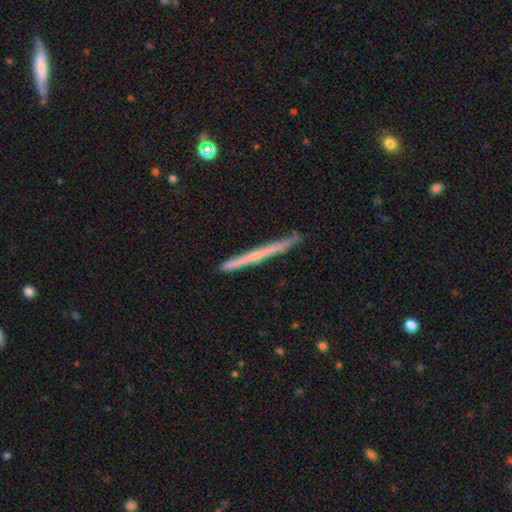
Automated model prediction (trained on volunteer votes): The model was most divided on "smooth or featured": featured or disk: 63%, smooth: 31%, star or artifact: 6%. More confident: edge-on disk — yes (98%); merging — none (88%); edge-on bulge — none (65%).